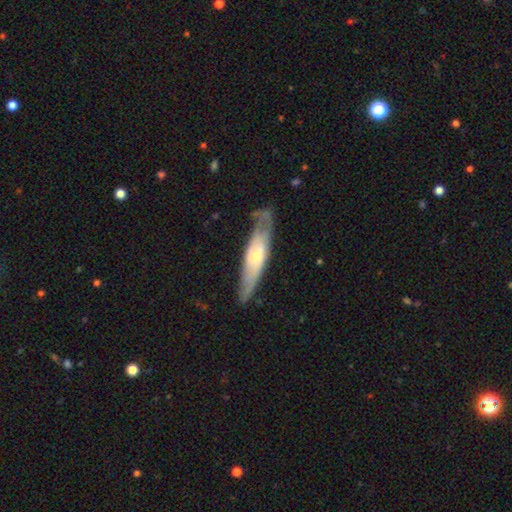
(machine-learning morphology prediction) smooth_or_featured: featured or disk (p=0.58) [alt: smooth p=0.37]
disk_edge_on: yes (p=0.56) [alt: no p=0.44]
merging: none (p=0.70) [alt: minor disturbance p=0.20]